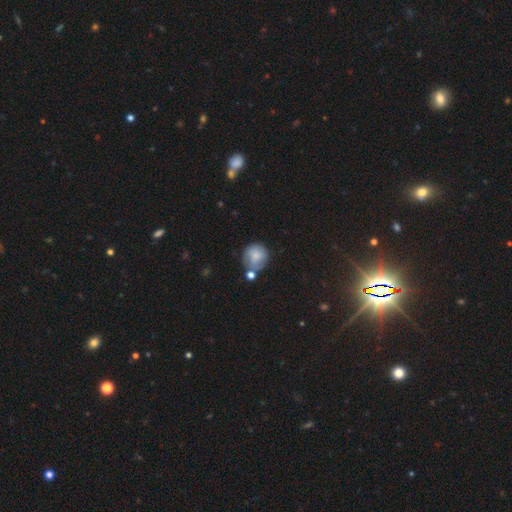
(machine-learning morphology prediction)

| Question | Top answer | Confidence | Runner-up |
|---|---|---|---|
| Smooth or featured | smooth | 67% | featured or disk (25%) |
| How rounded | round | 84% | in between (15%) |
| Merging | none | 54% | minor disturbance (22%) |